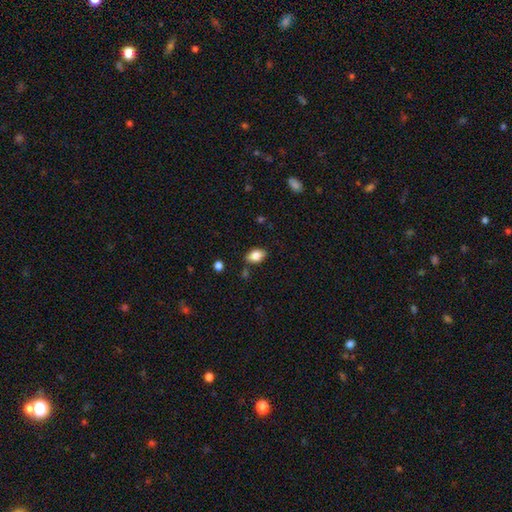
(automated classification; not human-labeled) The model was most divided on "merging": none: 82%, minor disturbance: 12%, merger: 3%, major disturbance: 3%. More confident: how rounded — in between (89%); smooth or featured — smooth (82%).